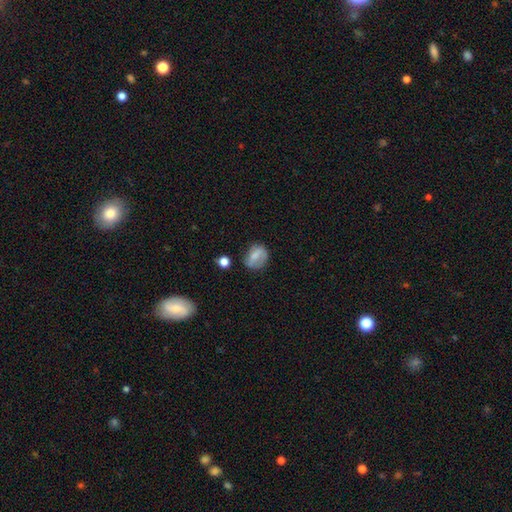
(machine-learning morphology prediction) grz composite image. It shows a smooth galaxy with no disk features (68%) that is round (52%). Merging: none (61%).